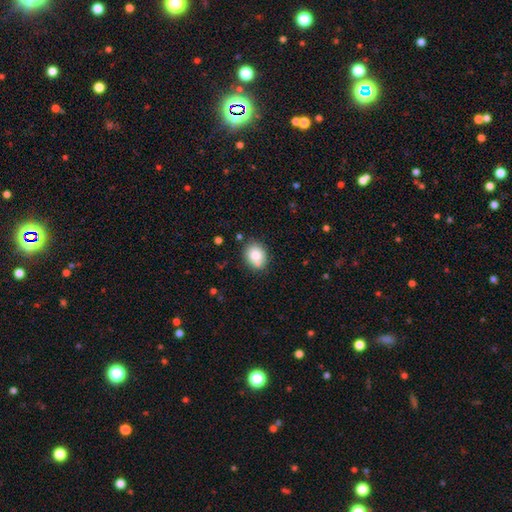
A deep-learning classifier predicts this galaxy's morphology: A smooth galaxy with no disk features (82%) that is round (51%). Merging: none (73%).